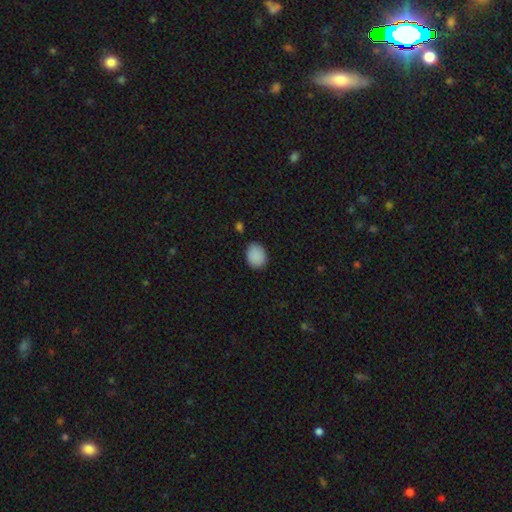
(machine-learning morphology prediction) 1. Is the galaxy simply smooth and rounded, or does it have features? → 89% smooth, 8% star or artifact, 3% featured or disk.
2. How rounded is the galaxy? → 52% in between, 48% round, 1% cigar-shaped.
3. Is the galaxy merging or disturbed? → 80% none, 15% minor disturbance, 3% major disturbance, 2% merger.